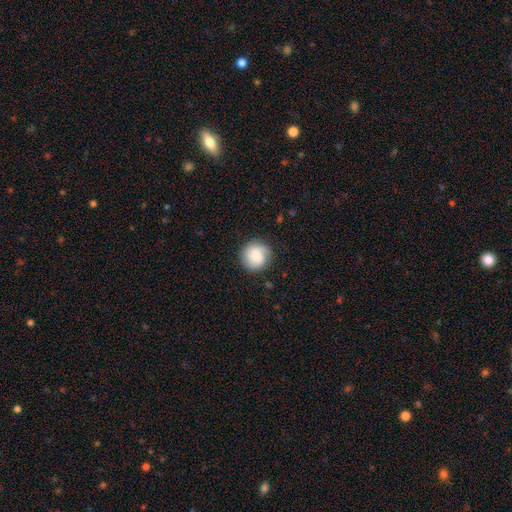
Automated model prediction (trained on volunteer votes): A smooth galaxy with no disk features (68%) that is round (93%). Merging: none (83%).